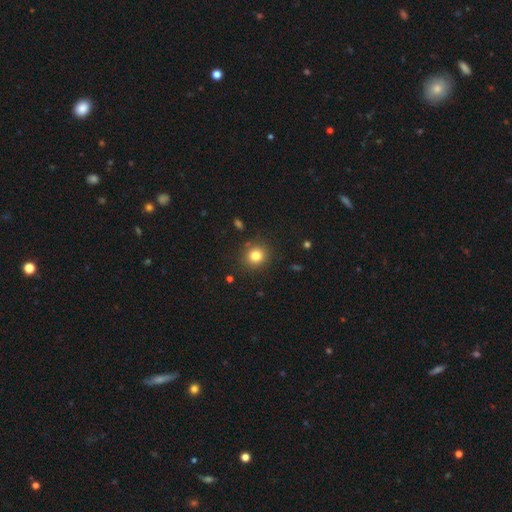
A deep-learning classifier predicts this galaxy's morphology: A smooth galaxy with no disk features (81%) that is round (87%).

Vote fractions:
- Smooth or featured? smooth: 81% / star or artifact: 12% / featured or disk: 7%
- How rounded? round: 87% / in between: 12% / cigar-shaped: 1%
- Merging? none: 88% / minor disturbance: 8% / major disturbance: 3% / merger: 2%